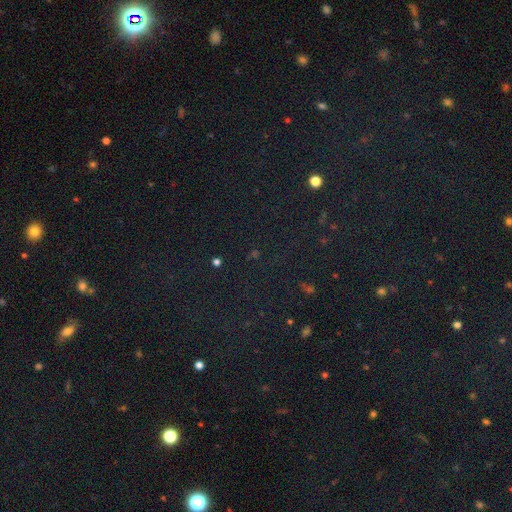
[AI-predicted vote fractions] smooth_or_featured: star or artifact (p=0.79) [alt: smooth p=0.14]